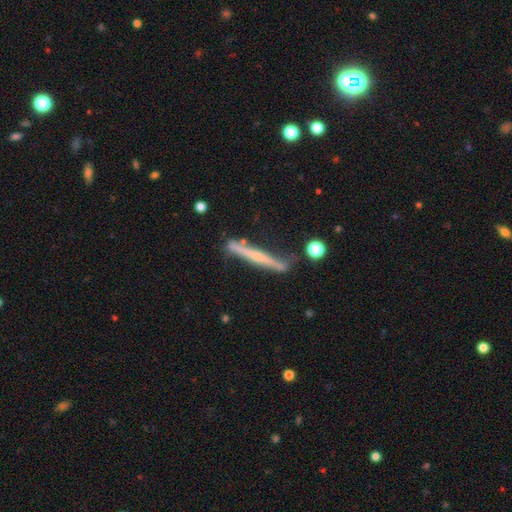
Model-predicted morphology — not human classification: Smooth or featured? Predicted: featured or disk (p=0.60). Edge-on disk? Predicted: yes (p=0.94). Edge-on bulge? Predicted: none (p=0.57). Merging? Predicted: none (p=0.71).